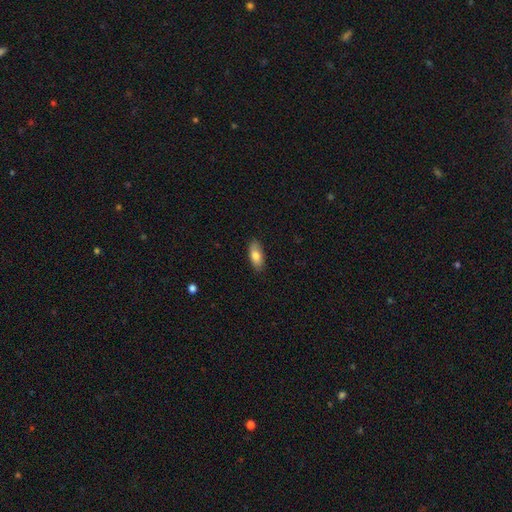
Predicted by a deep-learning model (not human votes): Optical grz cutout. It shows a smooth galaxy with no disk features (79%) that is in between round and cigar-shaped (83%). Merging: none (87%).